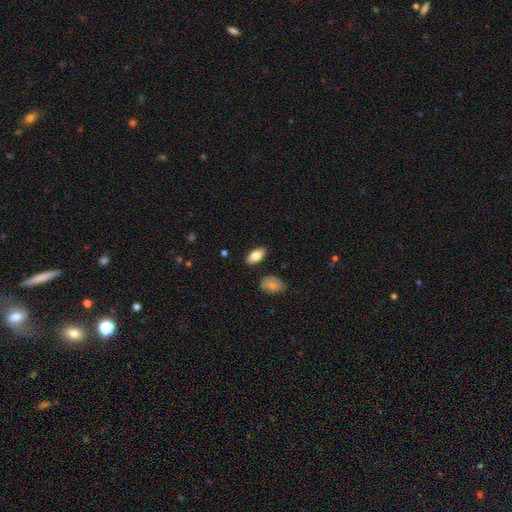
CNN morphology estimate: A smooth galaxy with no disk features (79%) that is in between round and cigar-shaped (90%). Merging: none (84%).